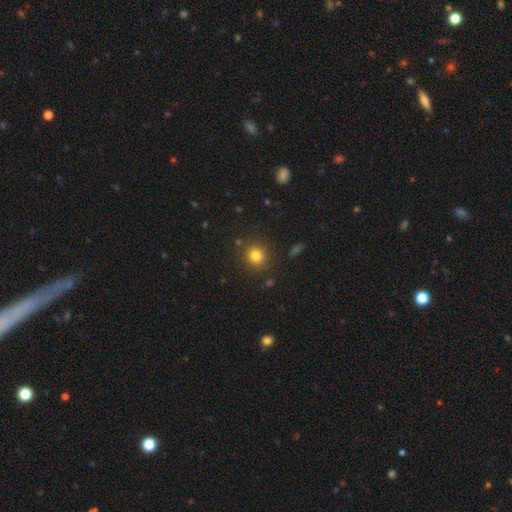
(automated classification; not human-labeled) smooth 80%, star or artifact 13%, featured or disk 7%. Down the decision tree: how rounded — round (87%); merging — none (86%).